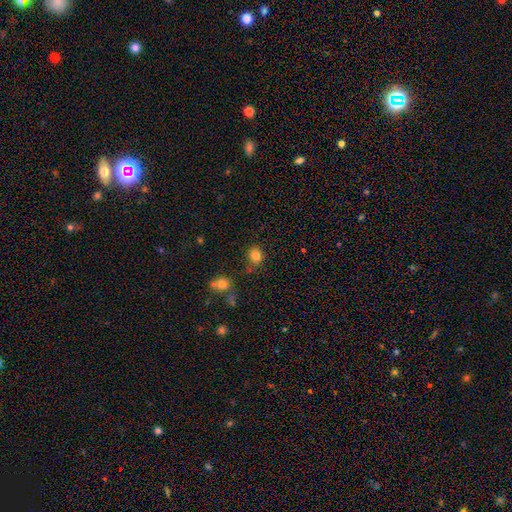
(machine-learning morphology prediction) A smooth galaxy with no disk features (83%) that is round (80%). Merging: none (78%).